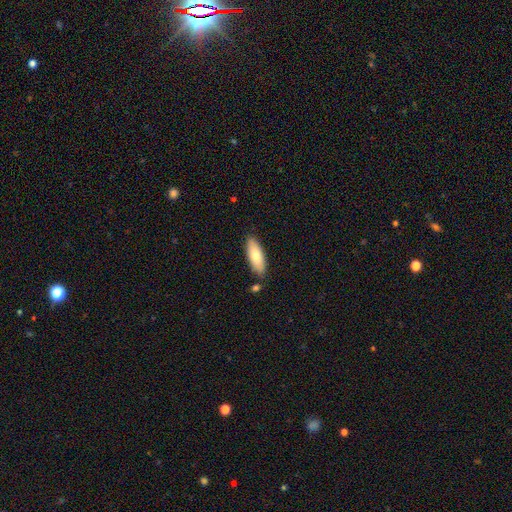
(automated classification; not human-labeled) Overall: smooth (77%). How rounded: in between (67%; cigar-shaped 31%). Merging: none (83%).